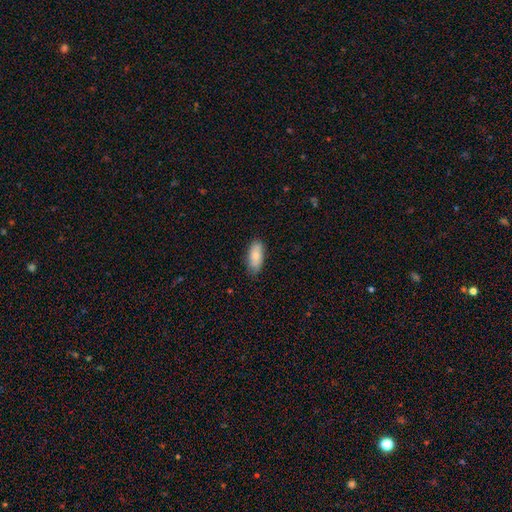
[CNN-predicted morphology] smooth_or_featured: smooth (p=0.81) [alt: featured or disk p=0.13]
how_rounded: in between (p=0.88) [alt: cigar-shaped p=0.10]
merging: none (p=0.82) [alt: minor disturbance p=0.14]